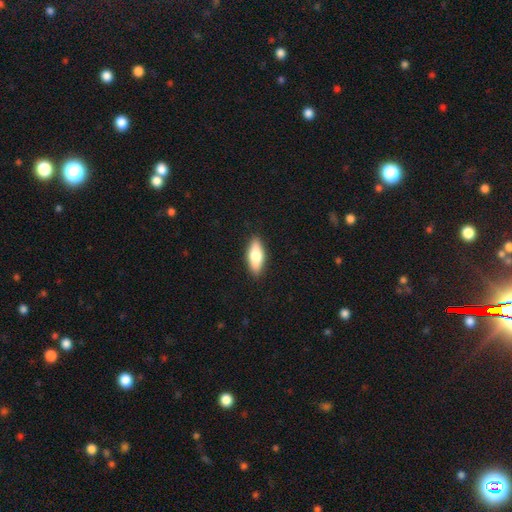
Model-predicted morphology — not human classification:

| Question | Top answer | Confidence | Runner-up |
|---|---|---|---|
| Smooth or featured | smooth | 72% | featured or disk (22%) |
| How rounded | in between | 68% | cigar-shaped (29%) |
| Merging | none | 89% | minor disturbance (8%) |